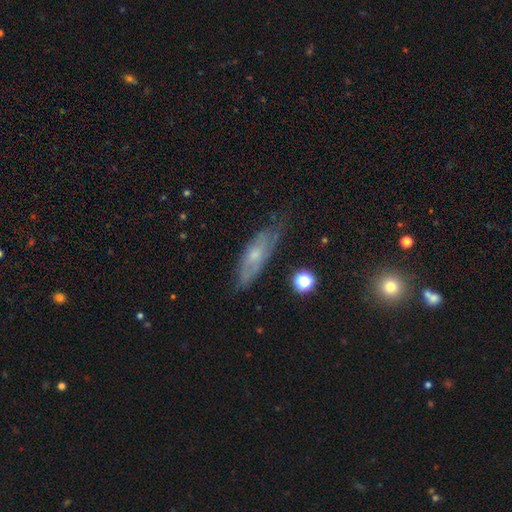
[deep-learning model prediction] This appears to be a featured or disk galaxy (51%). Merging: none (63%).